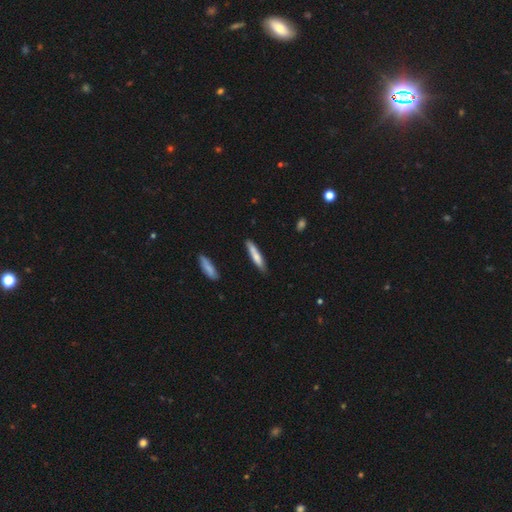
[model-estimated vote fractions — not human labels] A smooth galaxy with no disk features (72%) that is cigar-shaped (89%).

Vote fractions:
- Smooth or featured? smooth: 72% / featured or disk: 22% / star or artifact: 6%
- How rounded? cigar-shaped: 89% / in between: 10% / round: 1%
- Merging? none: 82% / minor disturbance: 13% / merger: 3% / major disturbance: 2%